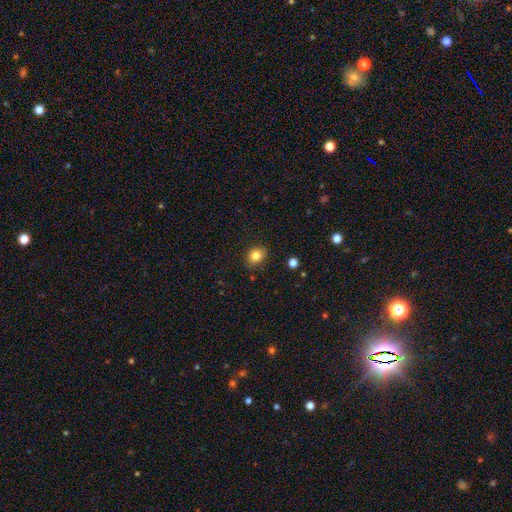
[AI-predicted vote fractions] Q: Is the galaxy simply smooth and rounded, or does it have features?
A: smooth — 83%.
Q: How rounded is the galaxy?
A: round — 57%.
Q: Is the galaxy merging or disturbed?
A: none — 86%.